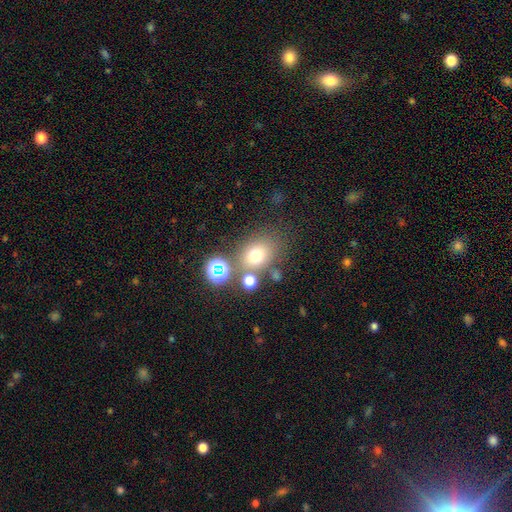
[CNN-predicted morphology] smooth 69%, star or artifact 19%, featured or disk 12%. Down the decision tree: how rounded — in between (54%); merging — none (64%).